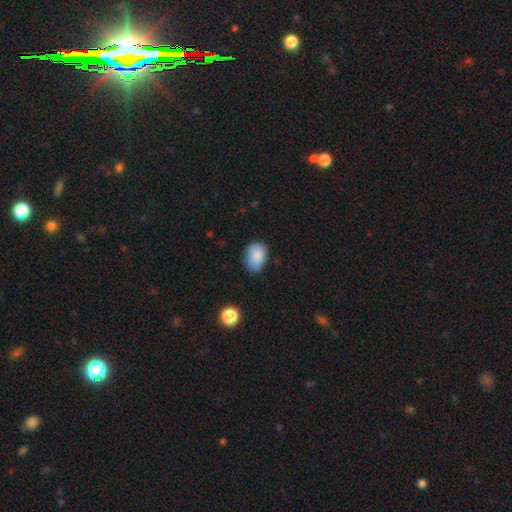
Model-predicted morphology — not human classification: type=smooth (85%); roundness=in between (78%); merging=none (62%).